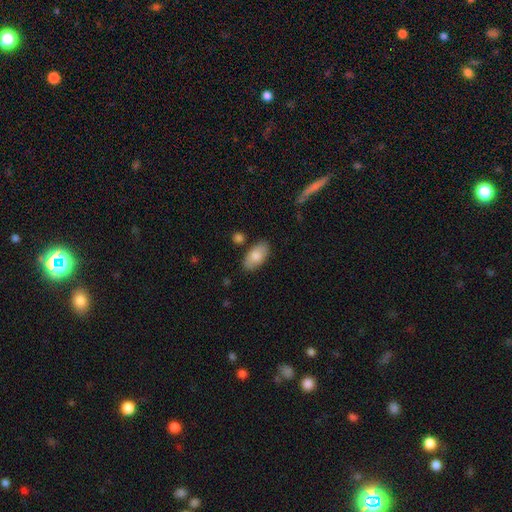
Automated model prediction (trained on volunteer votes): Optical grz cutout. It shows a smooth galaxy with no disk features (80%) that is in between round and cigar-shaped (94%). Merging: none (82%).